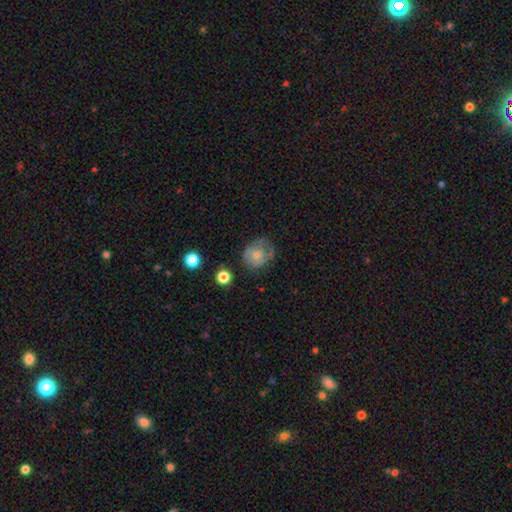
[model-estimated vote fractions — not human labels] smooth-or-featured: smooth: 50% | featured or disk: 39% | star or artifact: 11%
  merging: none: 65% | minor disturbance: 24% | major disturbance: 10% | merger: 2%